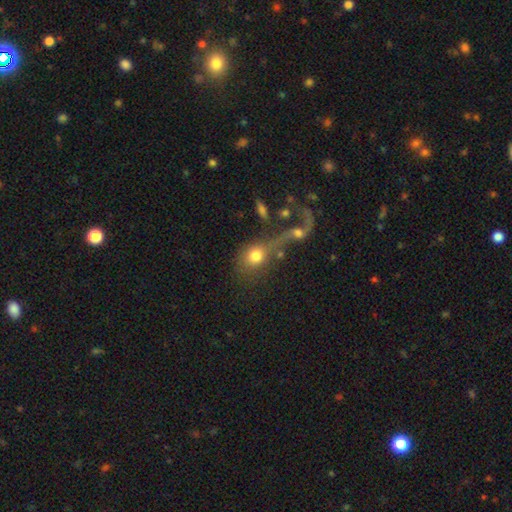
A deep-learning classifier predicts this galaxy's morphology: Overall: smooth (70%). How rounded: round (63%; in between 34%). Merging: merger (47%; none 25%).